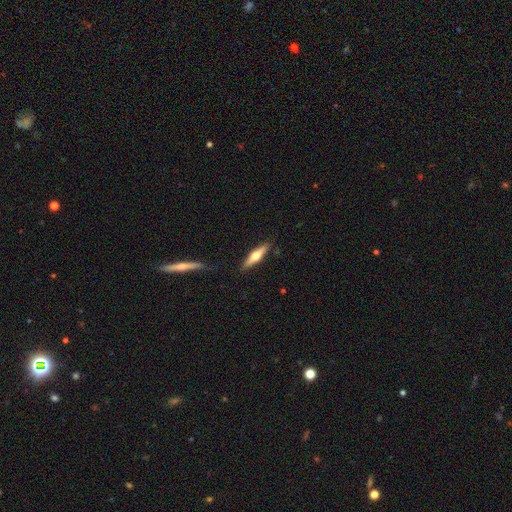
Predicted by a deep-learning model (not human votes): featured or disk 56%, smooth 39%, star or artifact 5%. Down the decision tree: edge-on disk — yes (94%); edge-on bulge — rounded (94%); merging — none (86%).